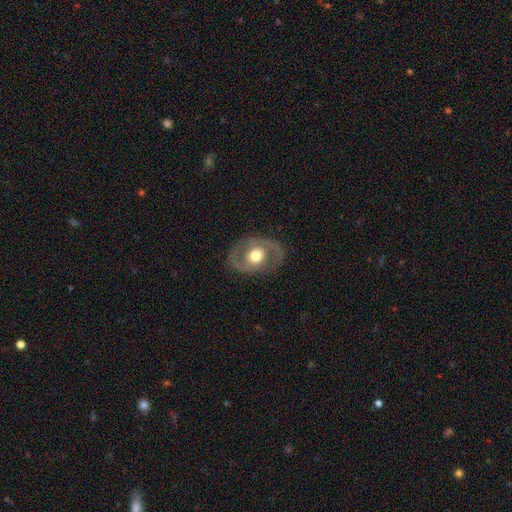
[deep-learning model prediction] Q: Smooth or featured?
A: featured or disk (68%); runner-up: smooth (27%)
Q: Edge-on disk?
A: no (94%); runner-up: yes (6%)
Q: Bar?
A: no (77%); runner-up: weak (17%)
Q: Spiral arms?
A: no (51%); runner-up: yes (49%)
Q: Bulge size?
A: moderate (63%); runner-up: large (31%)
Q: Merging?
A: none (80%); runner-up: minor disturbance (12%)